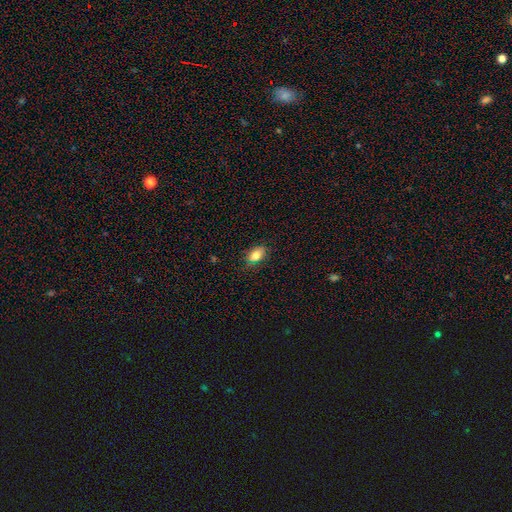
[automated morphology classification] type=smooth (80%); roundness=in between (85%); merging=none (81%).